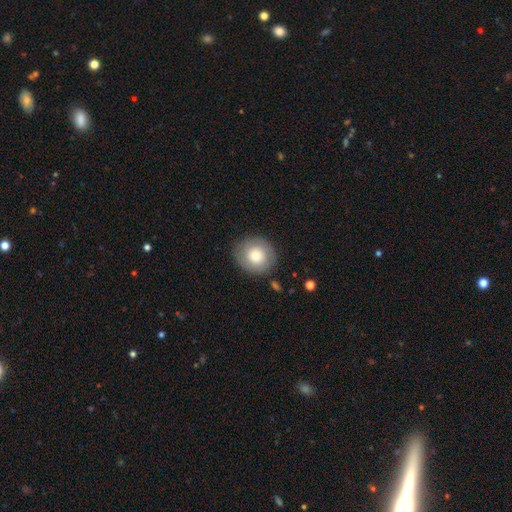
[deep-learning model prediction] smooth_or_featured: smooth (p=0.68) [alt: featured or disk p=0.25]
how_rounded: round (p=0.84) [alt: in between p=0.16]
merging: none (p=0.84) [alt: minor disturbance p=0.10]